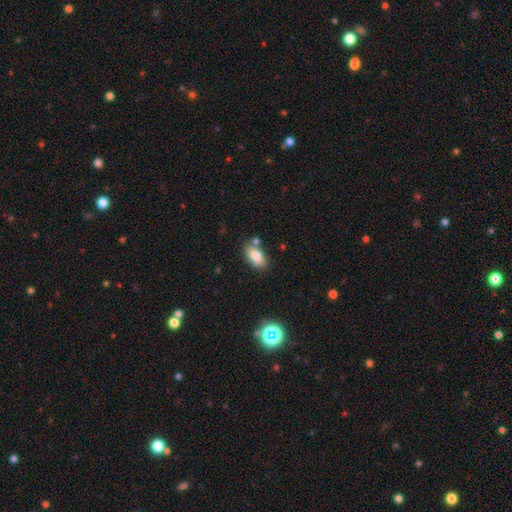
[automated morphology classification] type=smooth (82%); roundness=in between (90%); merging=none (73%).